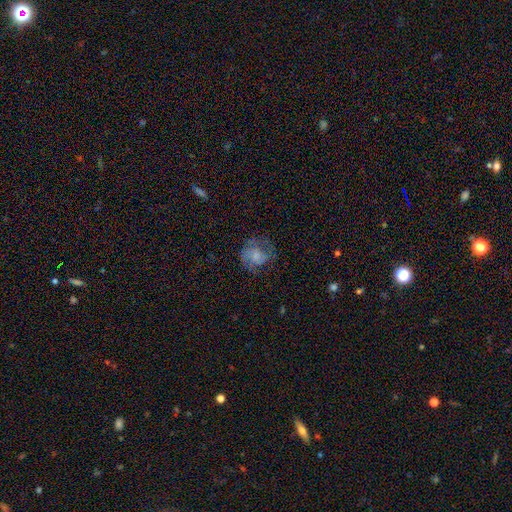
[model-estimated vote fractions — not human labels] Morphology: type=smooth (46%); merging=none (54%).